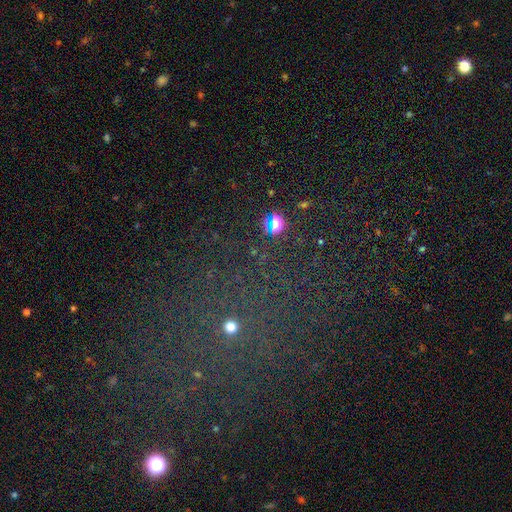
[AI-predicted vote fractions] A star or artifact, not a galaxy (61%).

Vote fractions:
- Smooth or featured? star or artifact: 61% / smooth: 24% / featured or disk: 15%